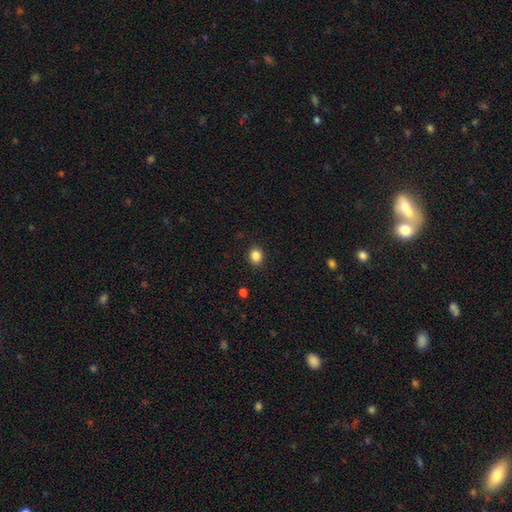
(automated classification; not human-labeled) Smooth or featured? Predicted: smooth (p=0.86). How rounded? Predicted: round (p=0.68). Merging? Predicted: none (p=0.91).